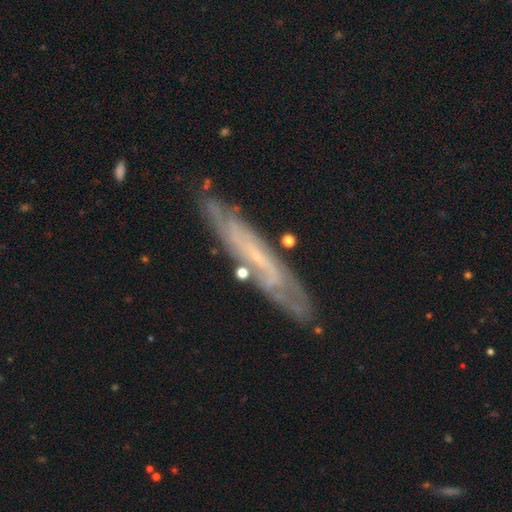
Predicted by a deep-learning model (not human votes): Smooth or featured: featured or disk — 70% (smooth — 22%)
Edge-on disk: yes — 52% (no — 48%)
Merging: none — 76% (minor disturbance — 16%)